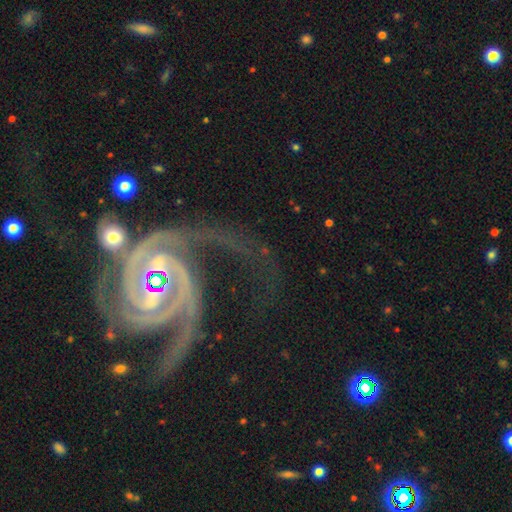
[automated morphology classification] Overall: featured or disk (91%). Edge-on disk: no (97%). Bar: weak (38%; strong 37%). Spiral arms: yes (98%). Spiral arm count: 2 (51%; 3 20%). Spiral winding: tight (49%; medium 41%). Bulge size: small (53%; moderate 40%). Merging: none (46%; major disturbance 21%).